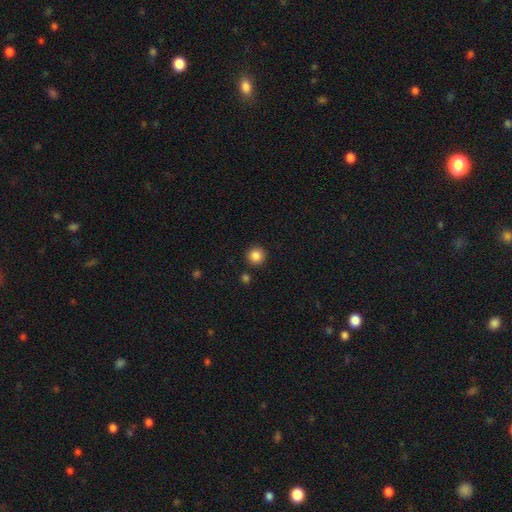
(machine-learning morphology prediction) smooth-or-featured: smooth: 86% | star or artifact: 11% | featured or disk: 4%
  how-rounded: round: 95% | in between: 4% | cigar-shaped: 1%
  merging: none: 90% | minor disturbance: 5% | merger: 3% | major disturbance: 2%